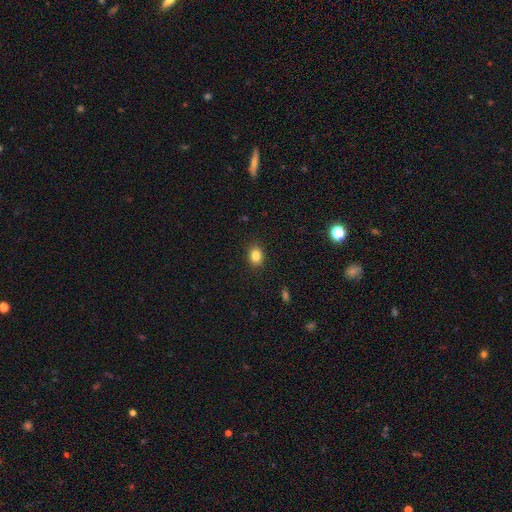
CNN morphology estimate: Smooth or featured: smooth — 83% (star or artifact — 11%)
How rounded: in between — 50% (round — 49%)
Merging: none — 90% (minor disturbance — 7%)